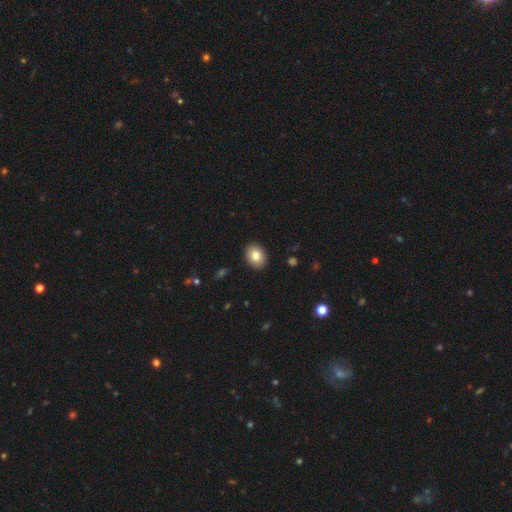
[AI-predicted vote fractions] The model was most divided on "how rounded": in between: 61%, round: 38%, cigar-shaped: 1%. More confident: merging — none (91%); smooth or featured — smooth (81%).